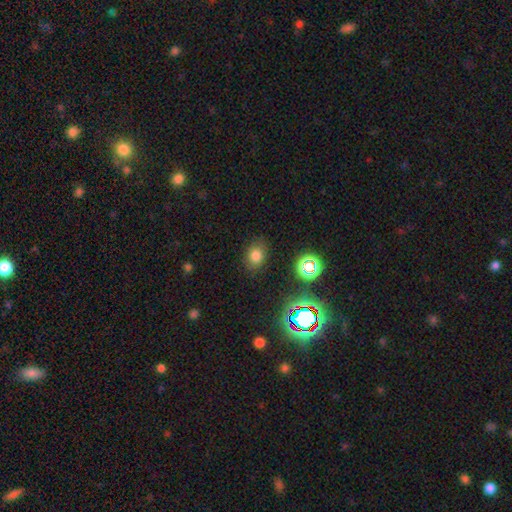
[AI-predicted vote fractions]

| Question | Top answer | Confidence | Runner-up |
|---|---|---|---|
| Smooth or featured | smooth | 73% | star or artifact (19%) |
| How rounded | in between | 56% | round (43%) |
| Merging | none | 83% | minor disturbance (12%) |